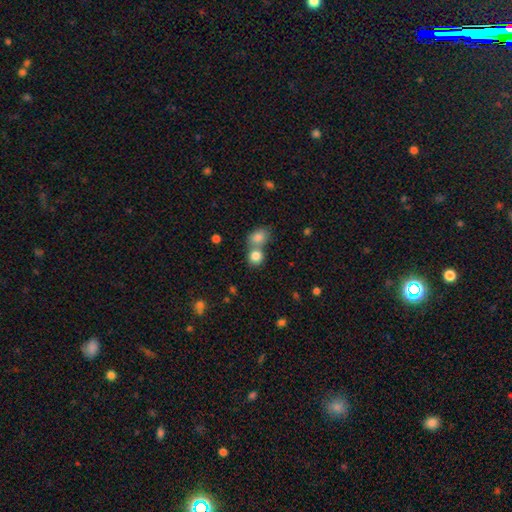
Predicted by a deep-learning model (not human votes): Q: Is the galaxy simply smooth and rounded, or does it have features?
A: smooth — 83%.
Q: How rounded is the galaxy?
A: round — 71%.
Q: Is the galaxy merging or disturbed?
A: merger — 49%.